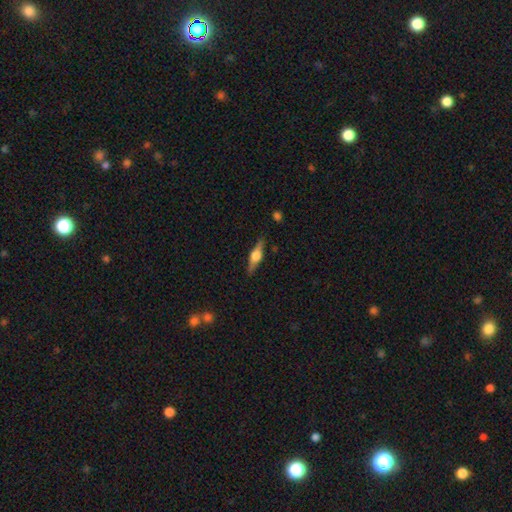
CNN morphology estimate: type=featured or disk (69%); edge-on=yes (97%); edge-on bulge=rounded (92%); merging=none (88%).